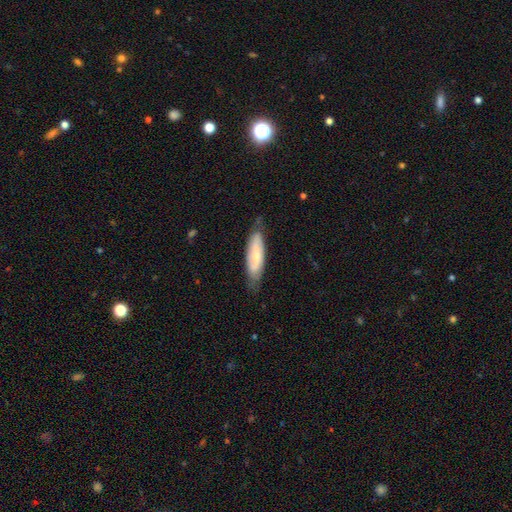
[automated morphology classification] smooth-or-featured: smooth: 48% | featured or disk: 46% | star or artifact: 6%
  merging: none: 68% | minor disturbance: 25% | major disturbance: 5% | merger: 2%